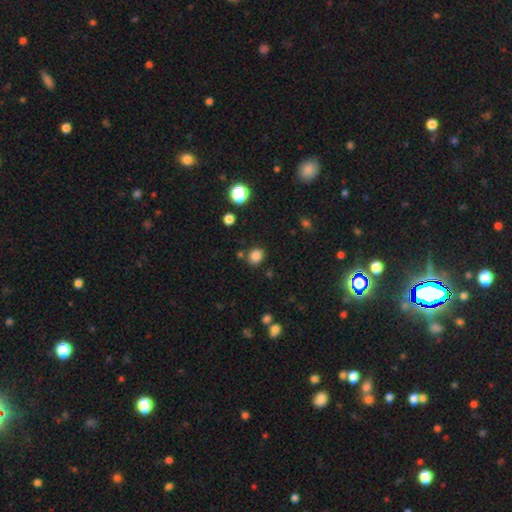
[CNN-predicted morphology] Smooth or featured: smooth — 83% (star or artifact — 13%)
How rounded: round — 71% (in between — 28%)
Merging: none — 80% (minor disturbance — 11%)